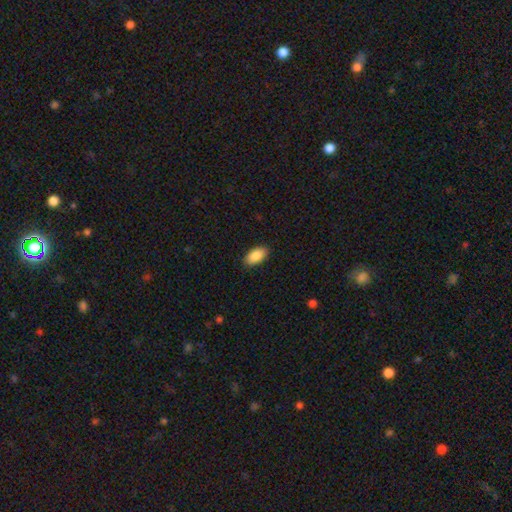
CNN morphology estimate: smooth_or_featured: smooth (p=0.89) [alt: star or artifact p=0.06]
how_rounded: in between (p=0.94) [alt: cigar-shaped p=0.04]
merging: none (p=0.89) [alt: minor disturbance p=0.09]